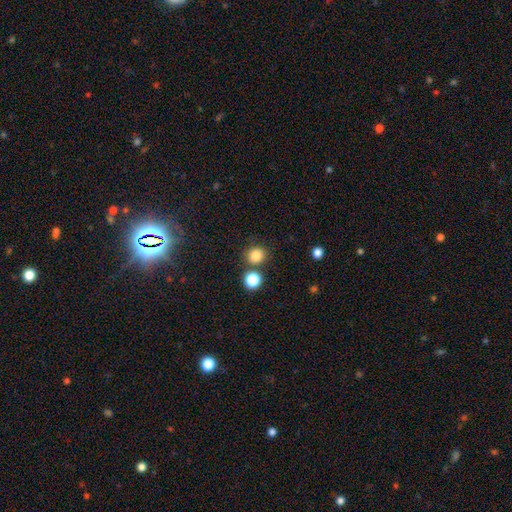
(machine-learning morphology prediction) A smooth galaxy with no disk features (84%) that is round (86%). Merging: none (77%).